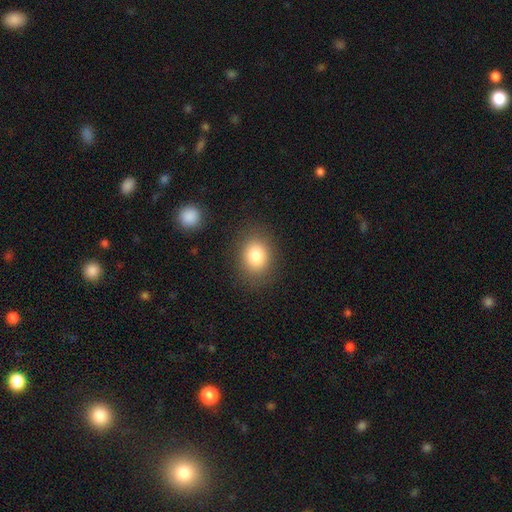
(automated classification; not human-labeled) Smooth or featured? Predicted: smooth (p=0.82). How rounded? Predicted: in between (p=0.51). Merging? Predicted: none (p=0.86).